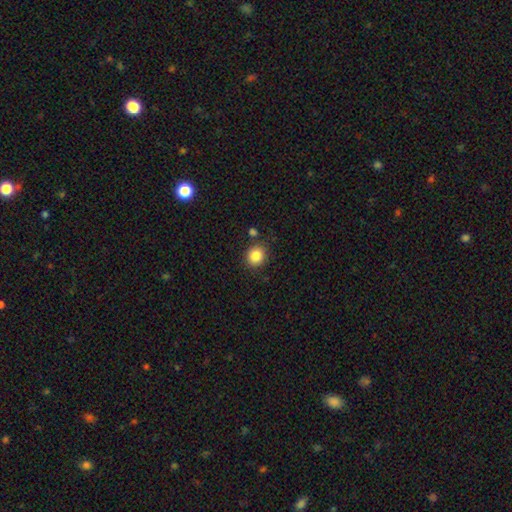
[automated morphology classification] A smooth galaxy with no disk features (85%) that is round (80%). Merging: none (83%).